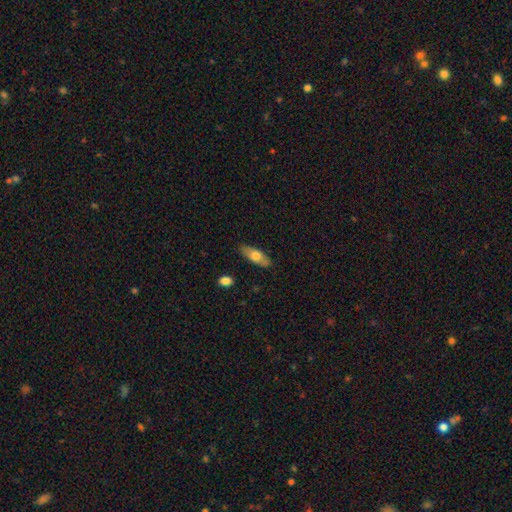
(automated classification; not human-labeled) Overall: smooth (64%; featured or disk 29%). How rounded: in between (72%). Merging: none (82%).